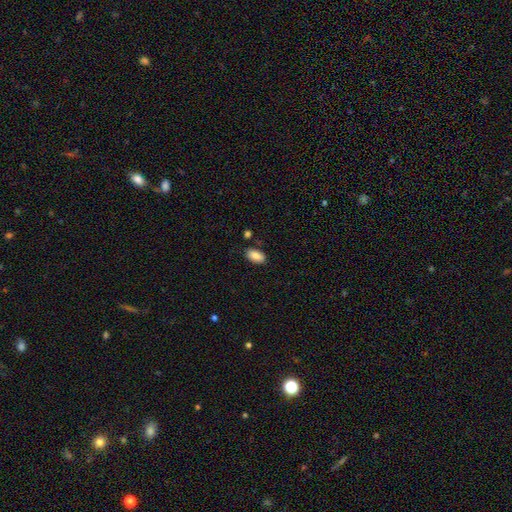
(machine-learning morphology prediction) This is clearly a smooth galaxy (86%). How rounded: clearly in between (93%). Merging: clearly none (84%).